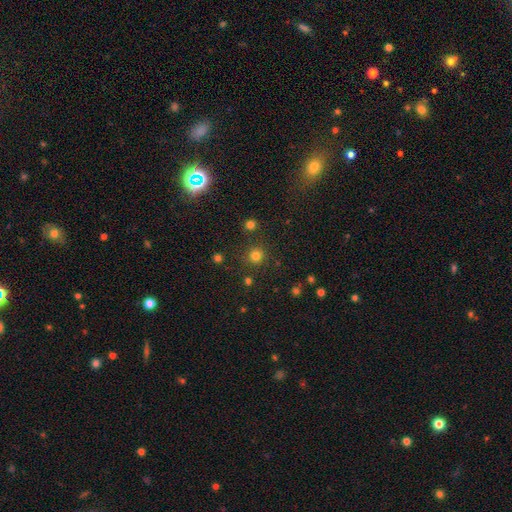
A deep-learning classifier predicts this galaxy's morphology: smooth 77%, star or artifact 18%, featured or disk 5%. Down the decision tree: how rounded — round (94%); merging — none (87%).